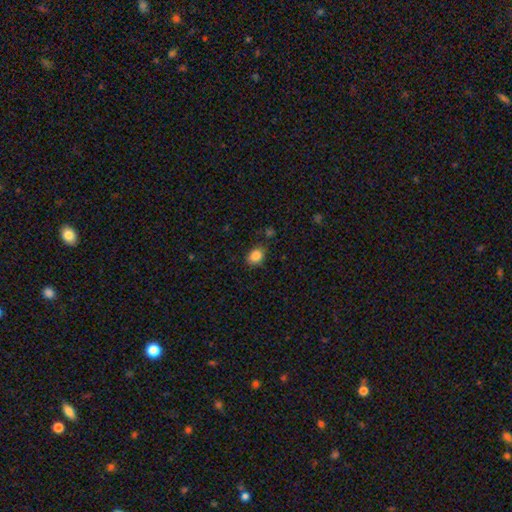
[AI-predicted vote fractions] This appears to be a smooth galaxy with no disk features (86%) that is round (50%). Merging: none (79%).